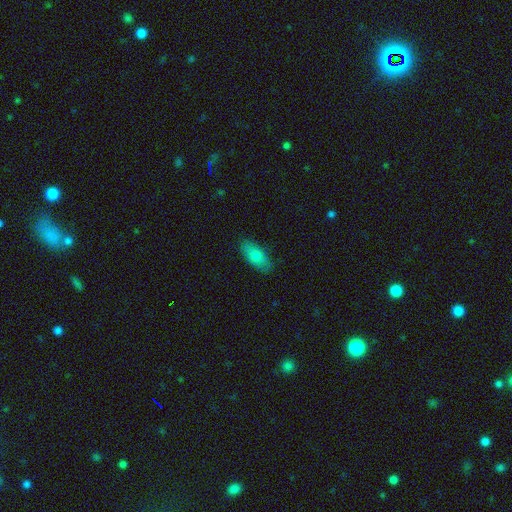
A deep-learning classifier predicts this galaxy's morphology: Smooth or featured?
  - smooth: 78% *
  - featured or disk: 15%
  - star or artifact: 7%
How rounded?
  - in between: 87% *
  - cigar-shaped: 10%
  - round: 3%
Merging?
  - none: 84% *
  - minor disturbance: 12%
  - major disturbance: 3%
  - merger: 1%